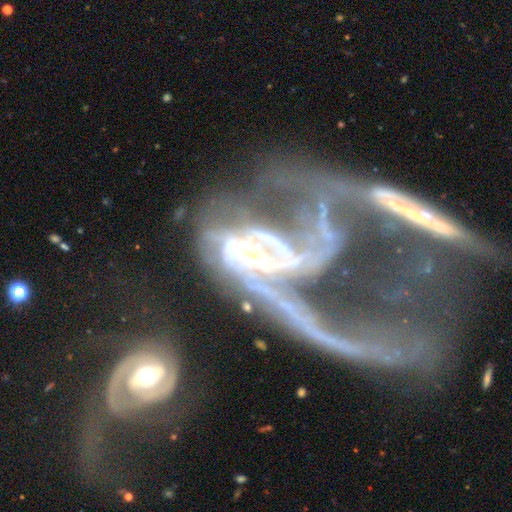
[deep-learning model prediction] A featured or disk galaxy (77%) with no bar (52%), spiral arms (63%) and a moderate central bulge (38%).

Vote fractions:
- Smooth or featured? featured or disk: 77% / star or artifact: 14% / smooth: 9%
- Edge-on disk? no: 93% / yes: 7%
- Bar? no: 52% / weak: 24% / strong: 24%
- Spiral arms? yes: 63% / no: 37%
- Bulge size? moderate: 38% / small: 26% / none: 23% / large: 9% / dominant: 4%
- Merging? merger: 49% / major disturbance: 38% / none: 8% / minor disturbance: 5%